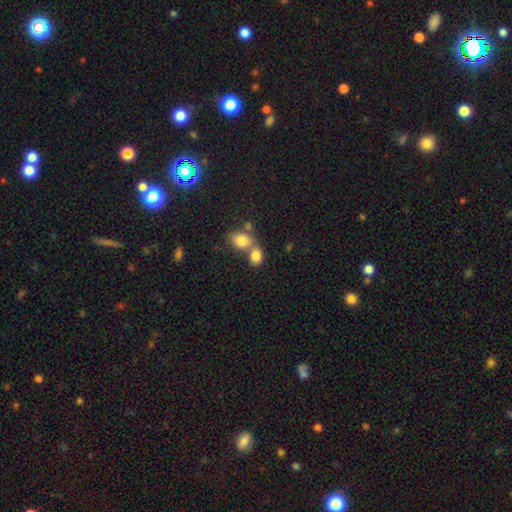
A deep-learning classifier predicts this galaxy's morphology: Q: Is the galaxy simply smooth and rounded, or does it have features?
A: smooth — 82%.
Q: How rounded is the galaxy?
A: in between — 59%.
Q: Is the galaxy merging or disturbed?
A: merger — 55%.